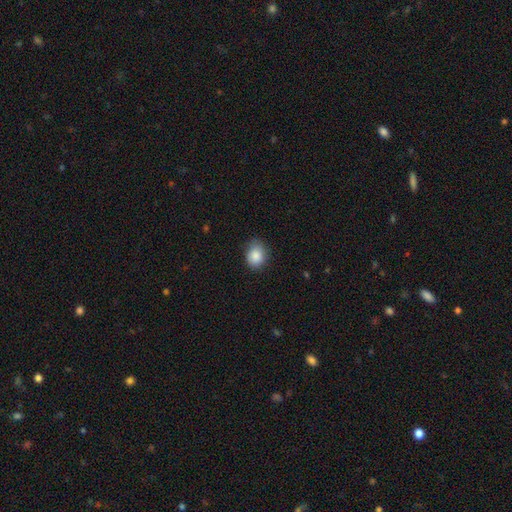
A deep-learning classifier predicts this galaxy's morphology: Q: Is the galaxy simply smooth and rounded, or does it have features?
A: smooth — 87%.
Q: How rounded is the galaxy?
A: in between — 50%.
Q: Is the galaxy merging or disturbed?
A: none — 73%.